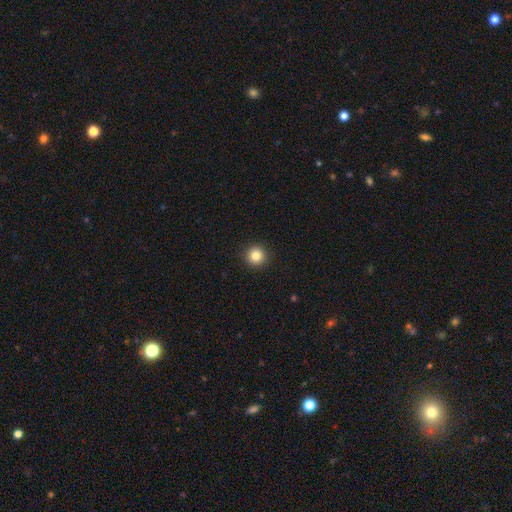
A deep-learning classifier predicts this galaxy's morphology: Smooth or featured? smooth (84%)
How rounded? round (95%)
Merging? none (92%)